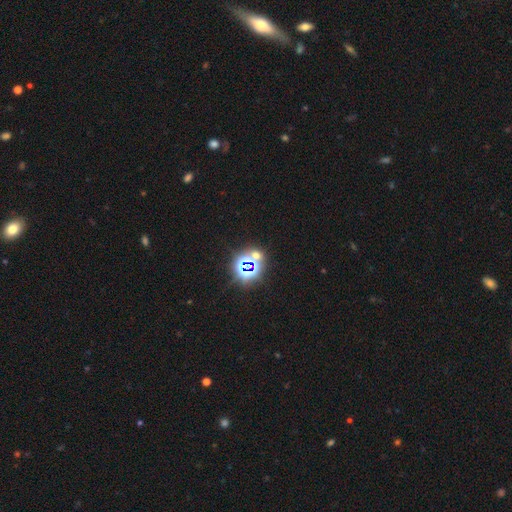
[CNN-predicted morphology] Smooth or featured: star or artifact — 68% (smooth — 23%)